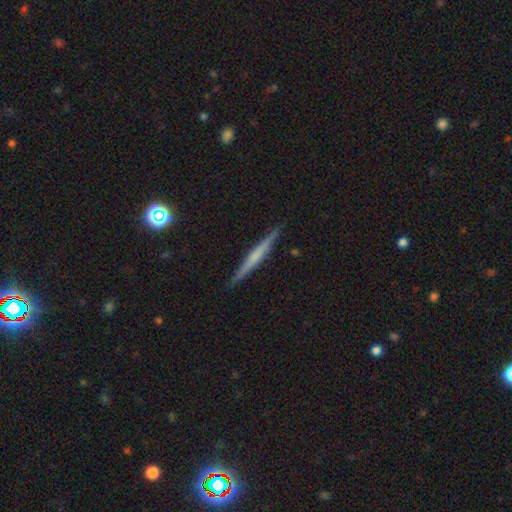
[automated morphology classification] The model was most divided on "smooth or featured": featured or disk: 57%, smooth: 37%, star or artifact: 7%. More confident: edge-on disk — yes (98%); merging — none (91%); edge-on bulge — none (61%).